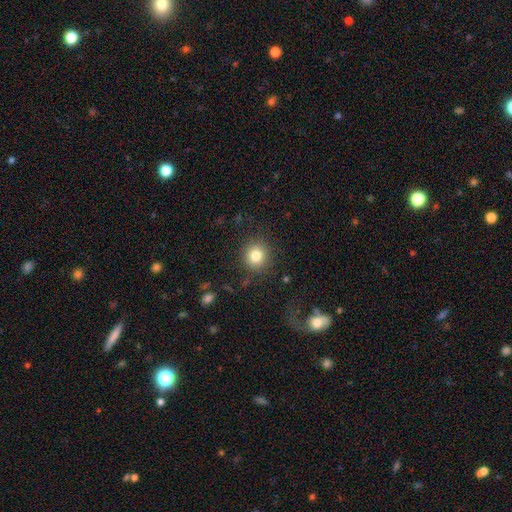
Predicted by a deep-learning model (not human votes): Smooth or featured? Predicted: smooth (p=0.81). How rounded? Predicted: round (p=0.91). Merging? Predicted: none (p=0.87).